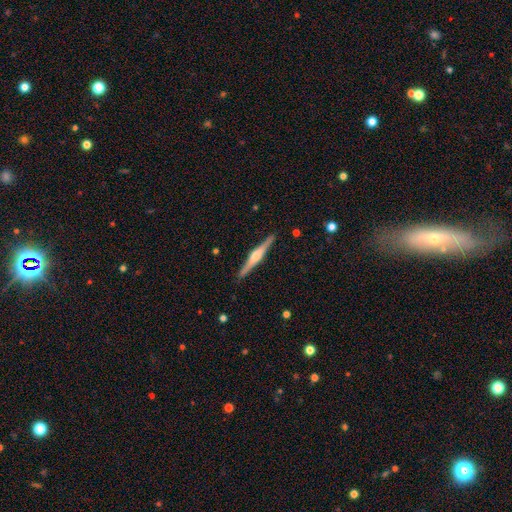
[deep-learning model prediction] This appears to be a featured or disk galaxy (75%) viewed edge-on (98%) with a rounded central bulge (84%). Merging: none (91%).